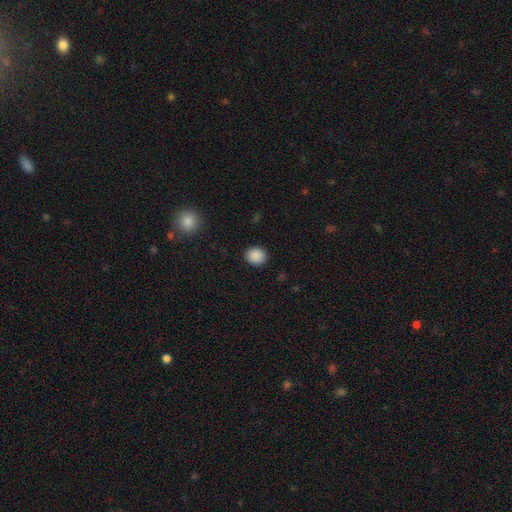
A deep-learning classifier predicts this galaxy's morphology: The model was most divided on "how rounded": round: 81%, in between: 18%, cigar-shaped: 1%. More confident: merging — none (90%); smooth or featured — smooth (88%).